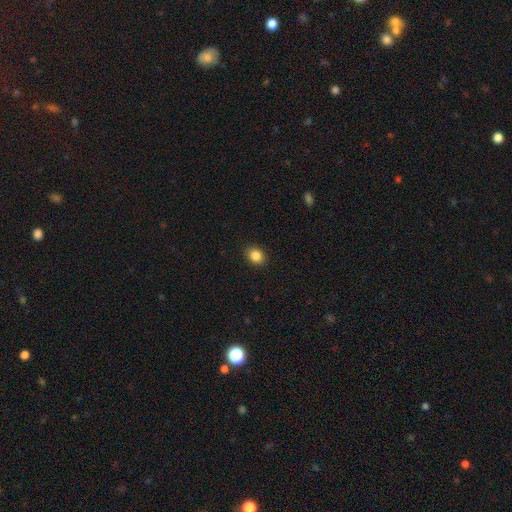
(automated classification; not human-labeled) Smooth or featured? smooth (86%)
How rounded? round (51%)
Merging? none (90%)